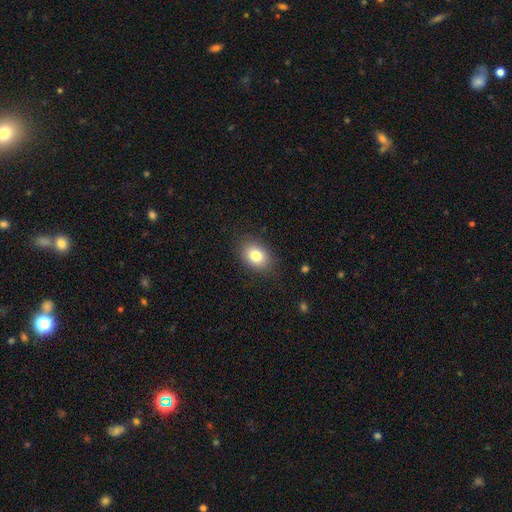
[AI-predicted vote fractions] Smooth or featured: smooth — 80% (star or artifact — 10%)
How rounded: in between — 65% (round — 34%)
Merging: none — 85% (minor disturbance — 11%)